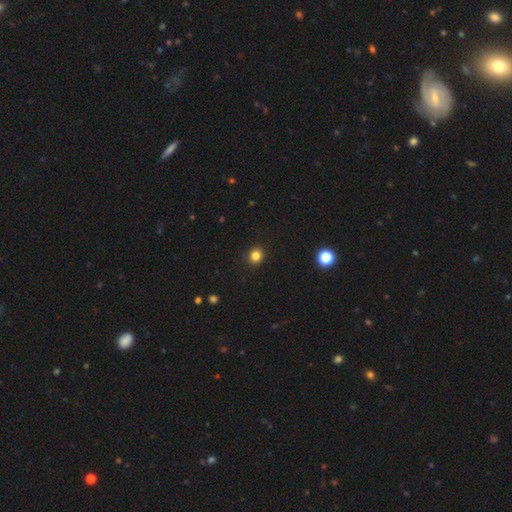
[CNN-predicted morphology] The model was most divided on "smooth or featured": smooth: 83%, star or artifact: 13%, featured or disk: 4%. More confident: merging — none (92%); how rounded — round (87%).